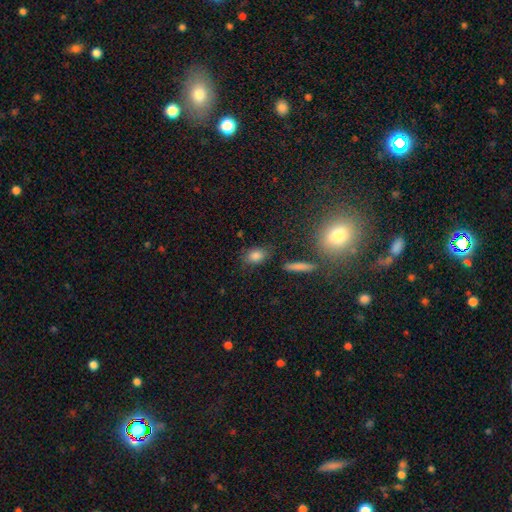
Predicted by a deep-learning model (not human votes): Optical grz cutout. It shows a smooth galaxy with no disk features (81%) that is in between round and cigar-shaped (72%). Merging: none (75%).